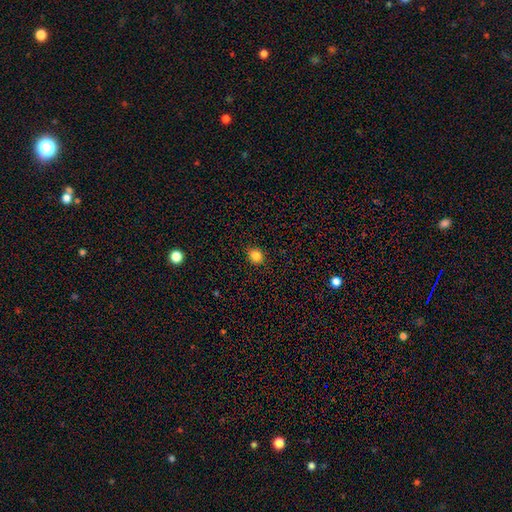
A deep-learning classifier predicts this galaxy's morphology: This appears to be a smooth galaxy with no disk features (84%) that is round (75%). Merging: none (91%).